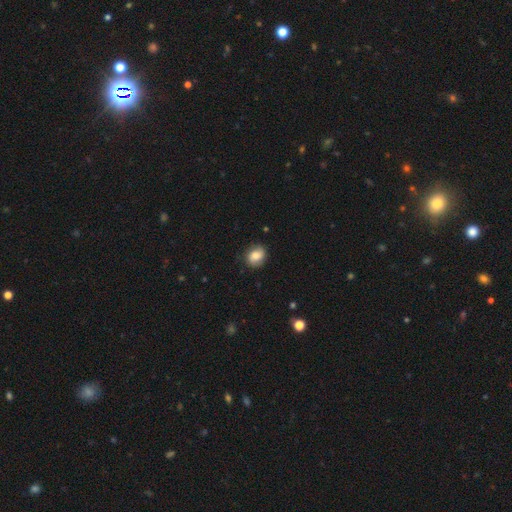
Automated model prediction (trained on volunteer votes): A smooth galaxy with no disk features (75%) that is round (53%). Merging: none (80%).